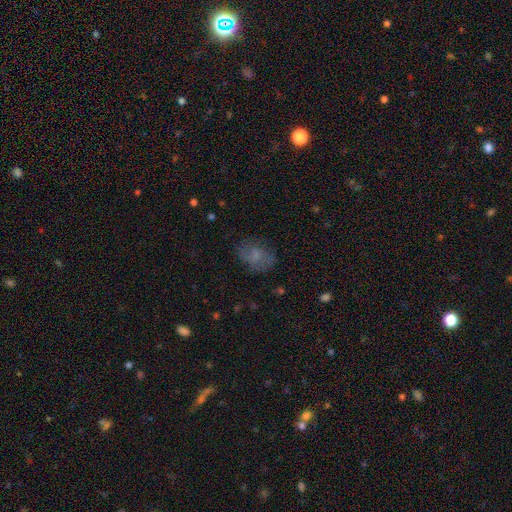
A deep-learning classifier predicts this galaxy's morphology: Smooth or featured: smooth — 60% (featured or disk — 28%)
How rounded: in between — 71% (round — 28%)
Merging: none — 64% (minor disturbance — 22%)